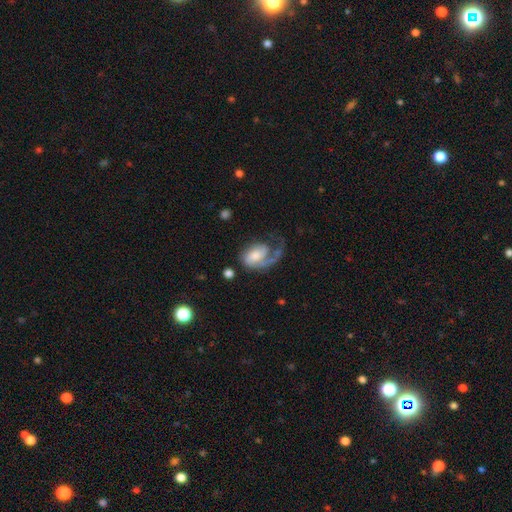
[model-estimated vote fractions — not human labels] featured or disk 72%, smooth 22%, star or artifact 6%. Down the decision tree: edge-on disk — no (97%); bar — no (56%); spiral arms — yes (92%); spiral arm count — 1 (80%); spiral winding — medium (38%); bulge size — moderate (40%); merging — major disturbance (42%).